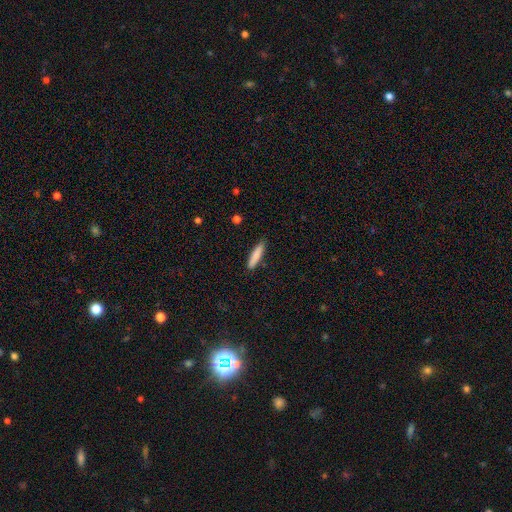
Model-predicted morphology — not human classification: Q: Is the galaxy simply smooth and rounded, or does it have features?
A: smooth — 84%.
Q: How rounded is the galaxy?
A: cigar-shaped — 85%.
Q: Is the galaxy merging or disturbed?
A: none — 88%.